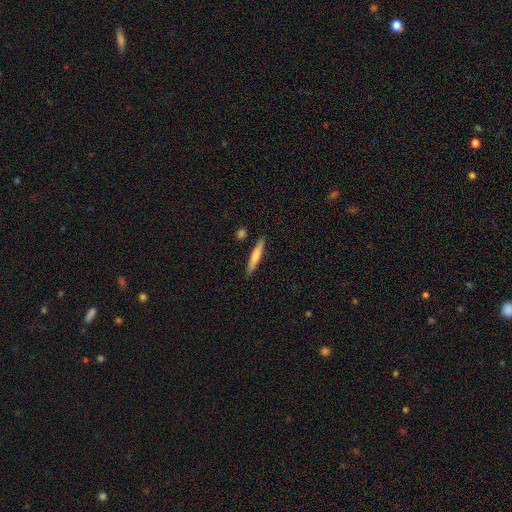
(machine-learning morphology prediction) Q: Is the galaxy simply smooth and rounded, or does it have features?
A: smooth — 66%.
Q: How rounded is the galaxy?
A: cigar-shaped — 92%.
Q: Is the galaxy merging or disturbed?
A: none — 87%.